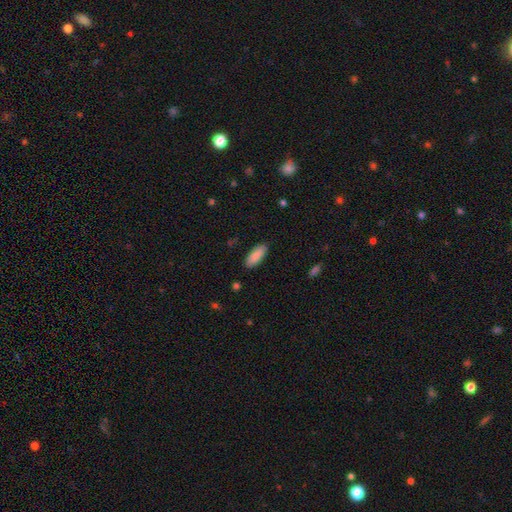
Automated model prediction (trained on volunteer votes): Smooth or featured: smooth — 87% (featured or disk — 7%)
How rounded: in between — 77% (cigar-shaped — 22%)
Merging: none — 86% (minor disturbance — 10%)